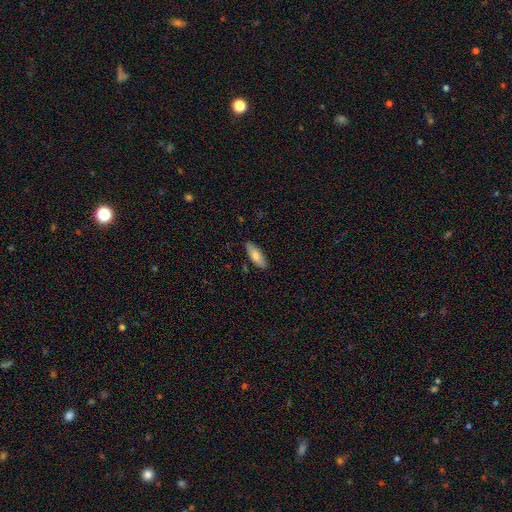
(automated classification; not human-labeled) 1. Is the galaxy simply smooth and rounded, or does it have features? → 77% smooth, 17% featured or disk, 6% star or artifact.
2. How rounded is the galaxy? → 70% in between, 28% cigar-shaped, 2% round.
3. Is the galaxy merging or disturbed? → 83% none, 13% minor disturbance, 2% major disturbance, 2% merger.